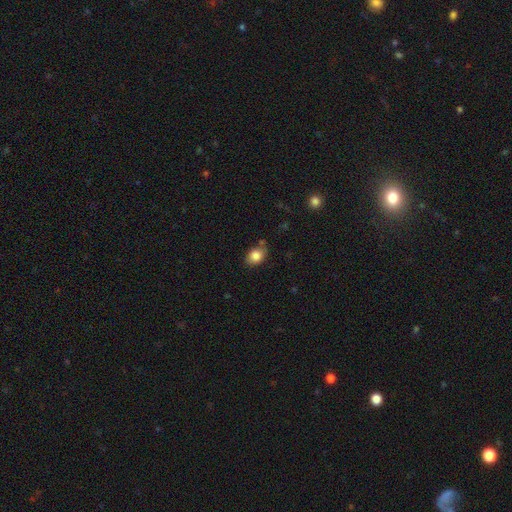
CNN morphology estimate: Overall: smooth (84%). How rounded: in between (71%). Merging: none (74%).